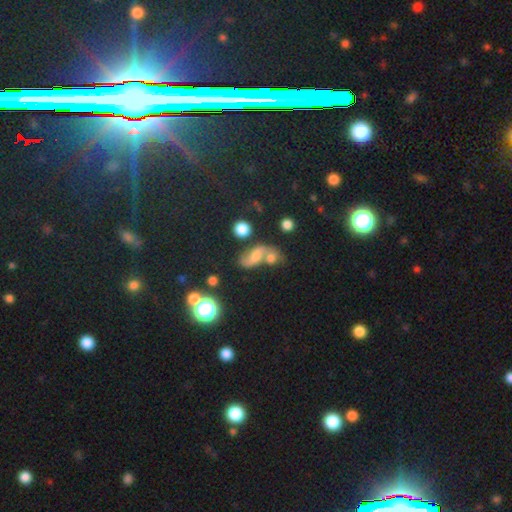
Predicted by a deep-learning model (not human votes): This is possibly a featured or disk galaxy (46%). Merging: marginally none (40%).